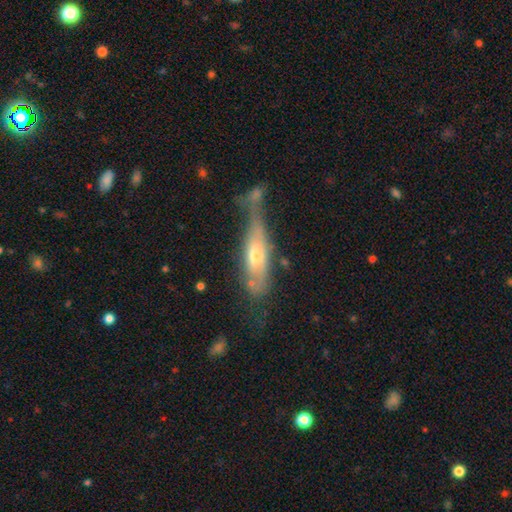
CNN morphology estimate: Q: Smooth or featured?
A: smooth (47%); runner-up: featured or disk (46%)
Q: Merging?
A: none (32%); runner-up: minor disturbance (27%)